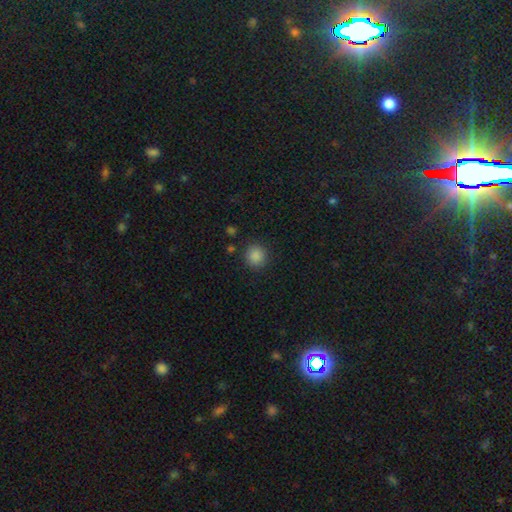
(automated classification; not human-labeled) Smooth or featured?
  - smooth: 87% *
  - star or artifact: 10%
  - featured or disk: 3%
How rounded?
  - round: 90% *
  - in between: 9%
  - cigar-shaped: 1%
Merging?
  - none: 88% *
  - minor disturbance: 7%
  - major disturbance: 3%
  - merger: 2%